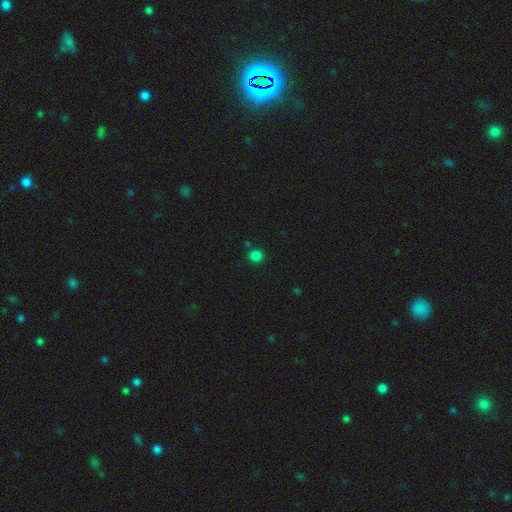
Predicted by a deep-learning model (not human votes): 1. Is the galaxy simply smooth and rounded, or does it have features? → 82% smooth, 15% star or artifact, 3% featured or disk.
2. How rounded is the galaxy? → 88% round, 11% in between, 1% cigar-shaped.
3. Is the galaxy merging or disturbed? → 86% none, 7% minor disturbance, 4% merger, 2% major disturbance.